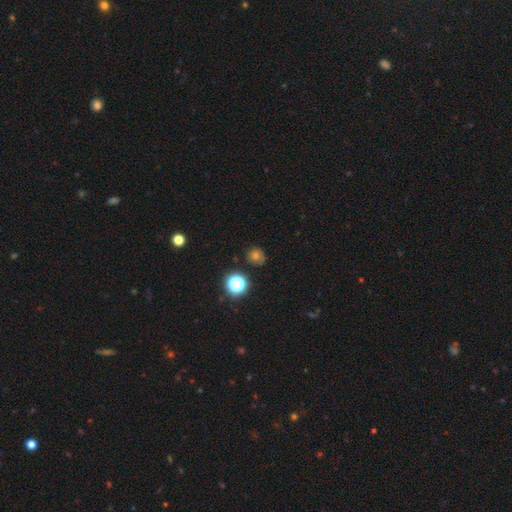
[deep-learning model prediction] Smooth or featured? Predicted: smooth (p=0.61). How rounded? Predicted: round (p=0.84). Merging? Predicted: none (p=0.84).